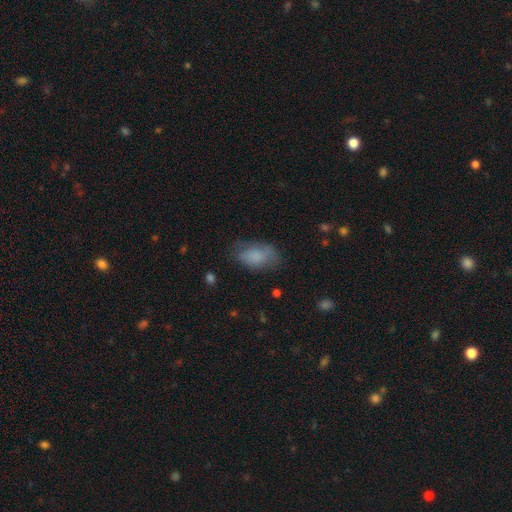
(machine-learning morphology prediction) Smooth or featured: smooth — 76% (featured or disk — 16%)
How rounded: in between — 91% (round — 7%)
Merging: none — 57% (minor disturbance — 28%)